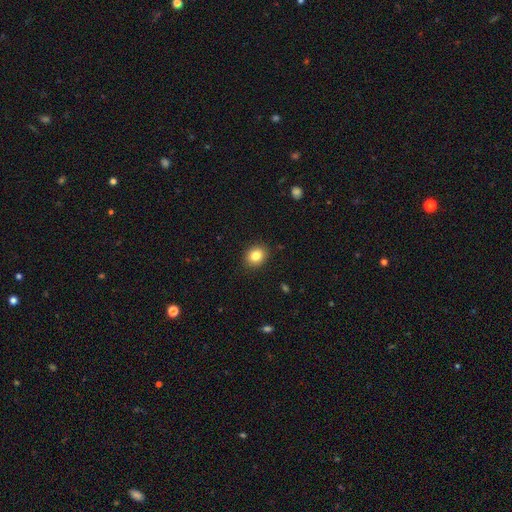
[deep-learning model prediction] This is clearly a smooth galaxy (84%). How rounded: likely round (60%). Merging: clearly none (90%).